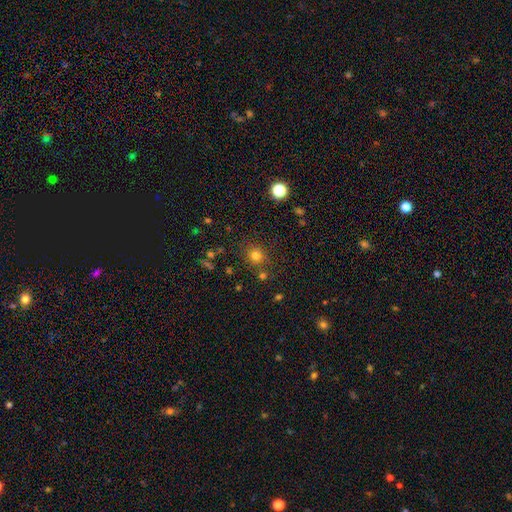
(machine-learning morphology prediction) Smooth or featured?
  - smooth: 76% *
  - star or artifact: 17%
  - featured or disk: 7%
How rounded?
  - round: 84% *
  - in between: 15%
  - cigar-shaped: 1%
Merging?
  - none: 78% *
  - minor disturbance: 11%
  - merger: 7%
  - major disturbance: 4%